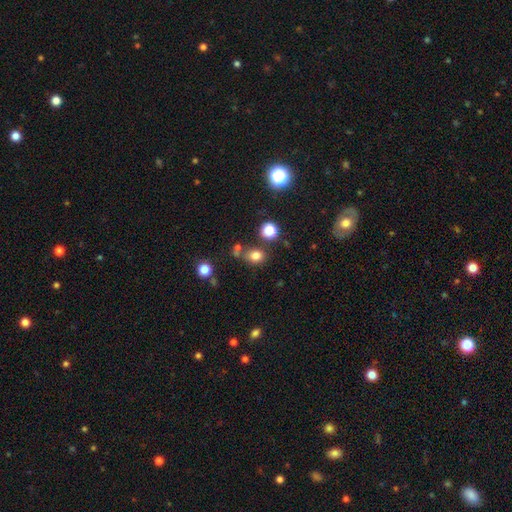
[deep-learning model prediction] This is likely a smooth galaxy (77%). How rounded: likely round (63%). Merging: likely none (68%).